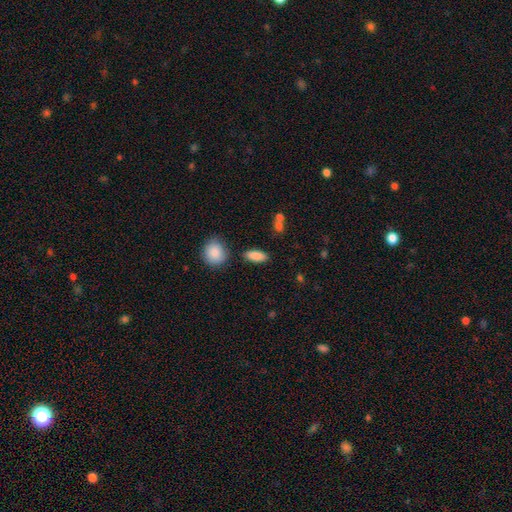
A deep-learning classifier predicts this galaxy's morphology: type=smooth (87%); roundness=in between (80%); merging=none (83%).